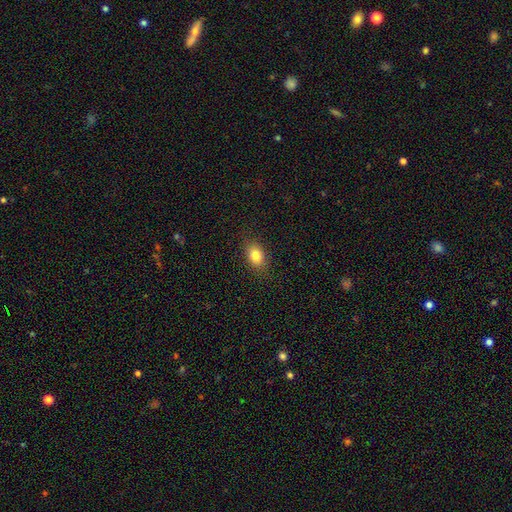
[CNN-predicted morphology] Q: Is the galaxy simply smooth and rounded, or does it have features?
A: smooth — 82%.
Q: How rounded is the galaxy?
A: in between — 79%.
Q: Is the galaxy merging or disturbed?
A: none — 86%.